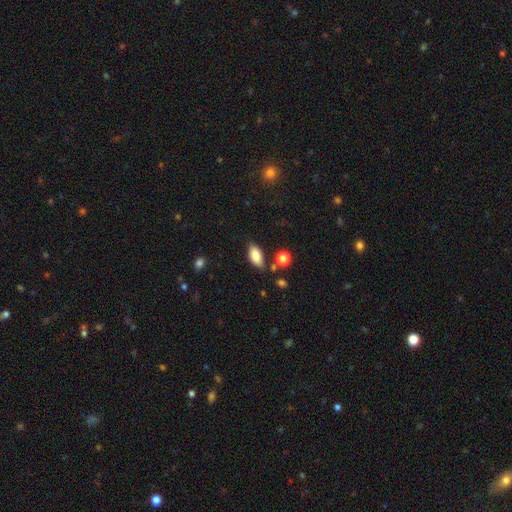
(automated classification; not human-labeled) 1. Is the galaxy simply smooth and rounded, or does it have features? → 83% smooth, 9% featured or disk, 8% star or artifact.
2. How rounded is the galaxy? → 89% in between, 7% cigar-shaped, 4% round.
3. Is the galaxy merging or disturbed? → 74% none, 17% minor disturbance, 6% merger, 4% major disturbance.